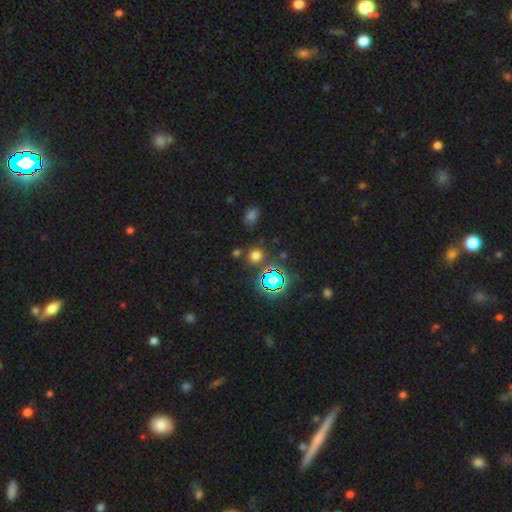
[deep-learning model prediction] Smooth or featured?
  - smooth: 59% *
  - star or artifact: 35%
  - featured or disk: 6%
How rounded?
  - round: 82% *
  - in between: 17%
  - cigar-shaped: 1%
Merging?
  - none: 79% *
  - minor disturbance: 10%
  - merger: 7%
  - major disturbance: 4%